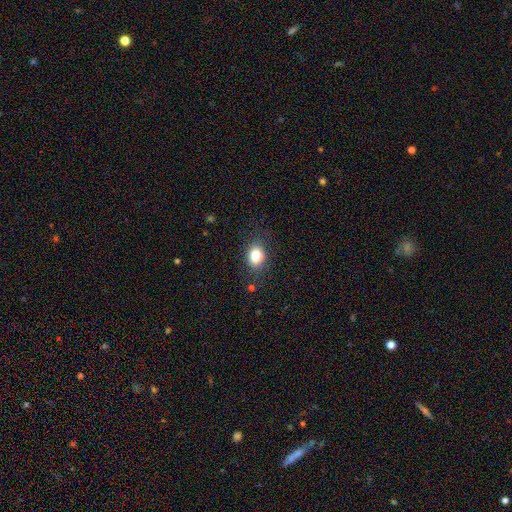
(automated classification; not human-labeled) Smooth or featured? smooth (81%)
How rounded? in between (58%)
Merging? none (81%)